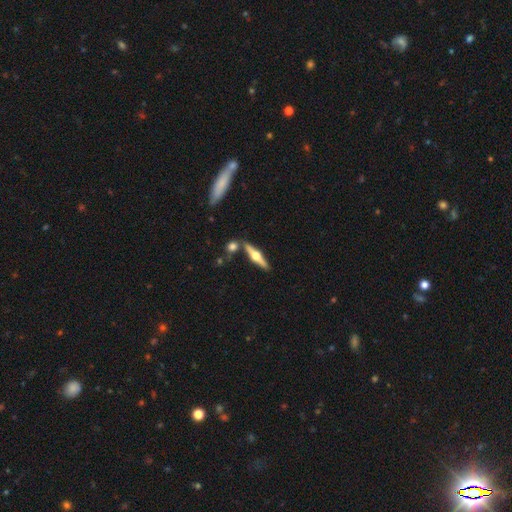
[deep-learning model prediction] A featured or disk galaxy (71%) viewed edge-on (97%) with a rounded central bulge (96%). Merging: none (80%).